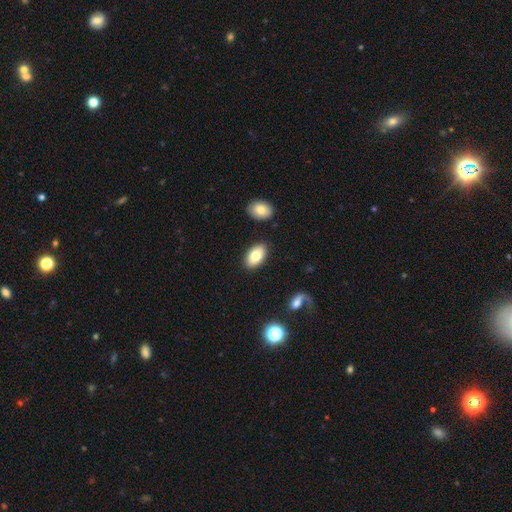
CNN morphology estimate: Smooth or featured? Predicted: smooth (p=0.79). How rounded? Predicted: in between (p=0.93). Merging? Predicted: none (p=0.86).